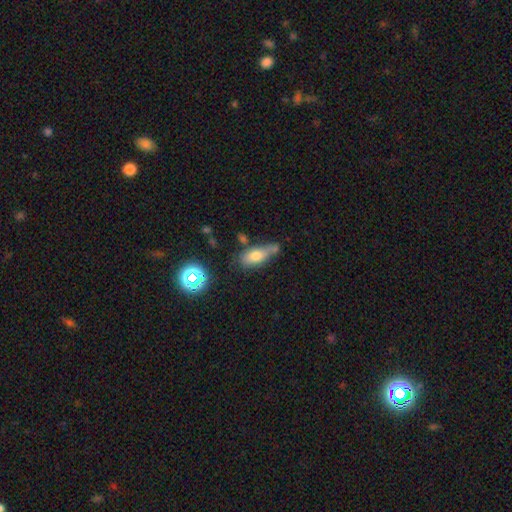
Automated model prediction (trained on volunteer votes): smooth 68%, featured or disk 19%, star or artifact 12%. Down the decision tree: how rounded — in between (73%); merging — none (40%).